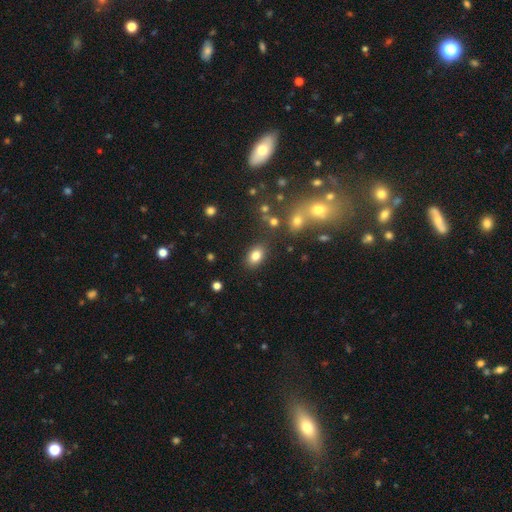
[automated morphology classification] A smooth galaxy with no disk features (81%) that is in between round and cigar-shaped (83%).

Vote fractions:
- Smooth or featured? smooth: 81% / star or artifact: 11% / featured or disk: 8%
- How rounded? in between: 83% / round: 15% / cigar-shaped: 1%
- Merging? none: 82% / minor disturbance: 10% / merger: 4% / major disturbance: 3%